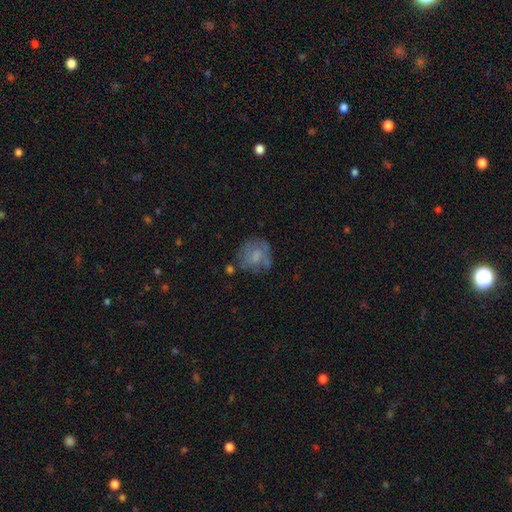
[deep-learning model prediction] Smooth or featured: smooth — 55% (featured or disk — 35%)
How rounded: round — 76% (in between — 23%)
Merging: none — 57% (minor disturbance — 23%)